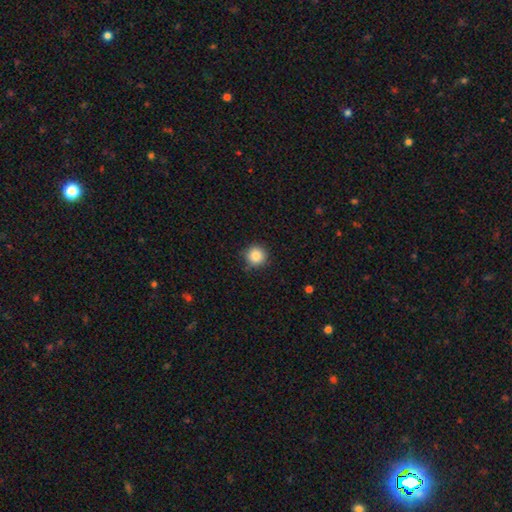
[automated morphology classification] This is clearly a smooth galaxy (86%). How rounded: clearly round (94%). Merging: clearly none (85%).